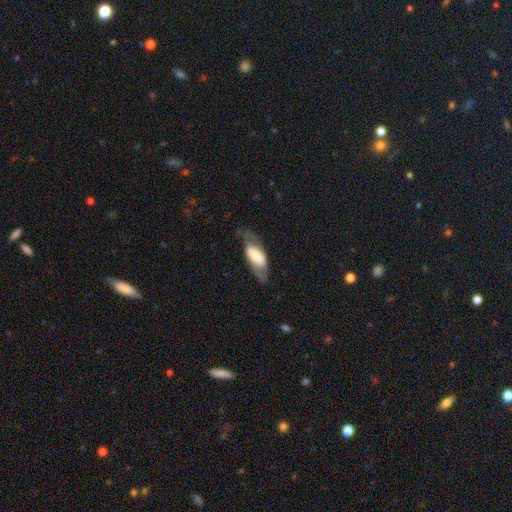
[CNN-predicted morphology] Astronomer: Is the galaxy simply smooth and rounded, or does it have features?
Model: featured or disk — 52% (runner-up: smooth, 41%).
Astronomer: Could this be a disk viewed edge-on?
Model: no — 77%.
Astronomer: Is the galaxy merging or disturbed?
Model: none — 64%.